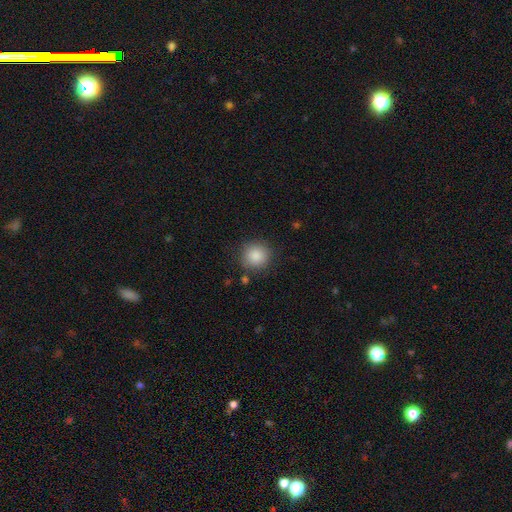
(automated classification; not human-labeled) smooth-or-featured: smooth: 87% | star or artifact: 9% | featured or disk: 4%
  how-rounded: round: 92% | in between: 7% | cigar-shaped: 1%
  merging: none: 87% | minor disturbance: 8% | major disturbance: 3% | merger: 2%